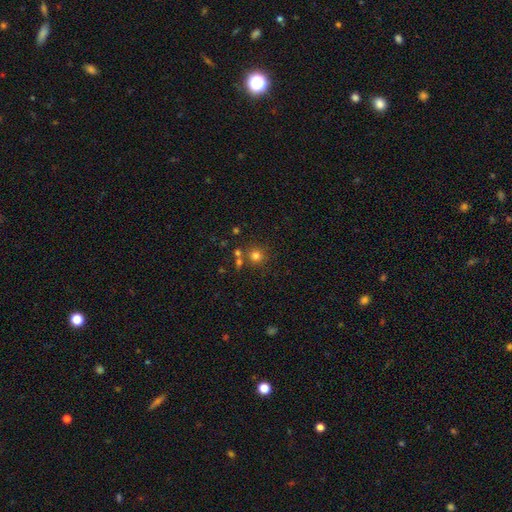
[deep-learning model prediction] A smooth galaxy with no disk features (76%) that is round (91%). Merging: none (72%).